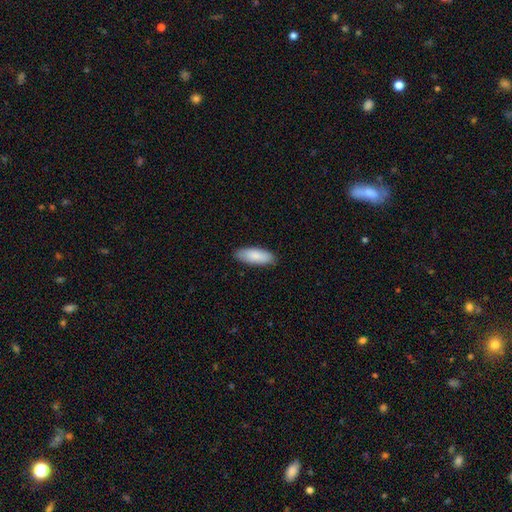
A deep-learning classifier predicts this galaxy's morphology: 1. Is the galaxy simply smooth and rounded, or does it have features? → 86% smooth, 9% featured or disk, 5% star or artifact.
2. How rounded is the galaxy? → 75% in between, 24% cigar-shaped, 2% round.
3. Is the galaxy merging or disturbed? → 87% none, 10% minor disturbance, 2% major disturbance, 1% merger.